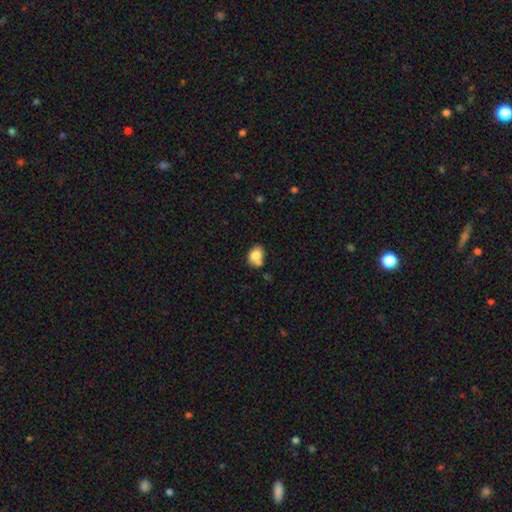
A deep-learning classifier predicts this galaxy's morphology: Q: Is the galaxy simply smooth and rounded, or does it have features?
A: smooth — 81%.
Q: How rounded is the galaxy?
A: in between — 60%.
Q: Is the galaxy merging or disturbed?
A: none — 50%.